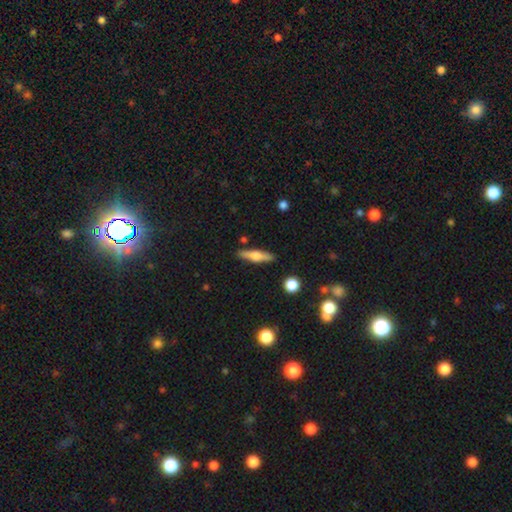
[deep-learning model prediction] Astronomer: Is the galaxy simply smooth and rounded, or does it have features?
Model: featured or disk — 47%, tied with smooth at 47%.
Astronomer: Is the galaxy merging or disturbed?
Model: none — 88%.